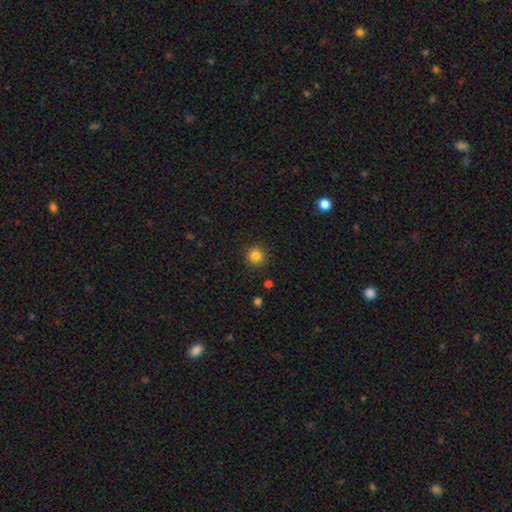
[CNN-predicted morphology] Smooth or featured? smooth (83%)
How rounded? round (94%)
Merging? none (91%)